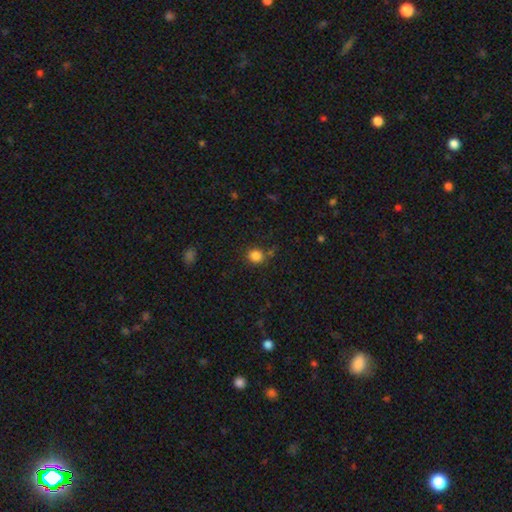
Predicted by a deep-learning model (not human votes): Smooth or featured? smooth (84%)
How rounded? round (78%)
Merging? none (78%)